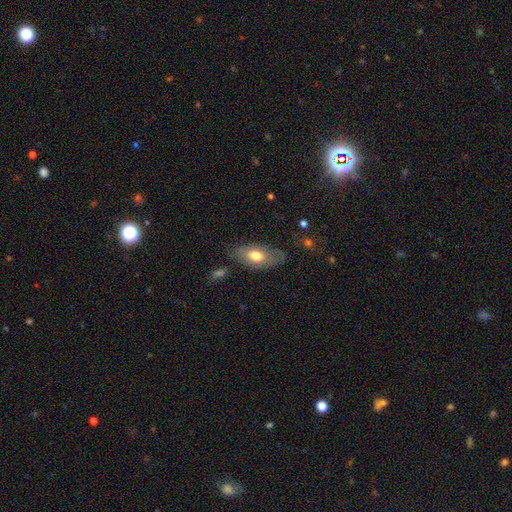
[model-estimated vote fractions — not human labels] Morphology: type=smooth (66%); roundness=in between (89%); merging=none (70%).